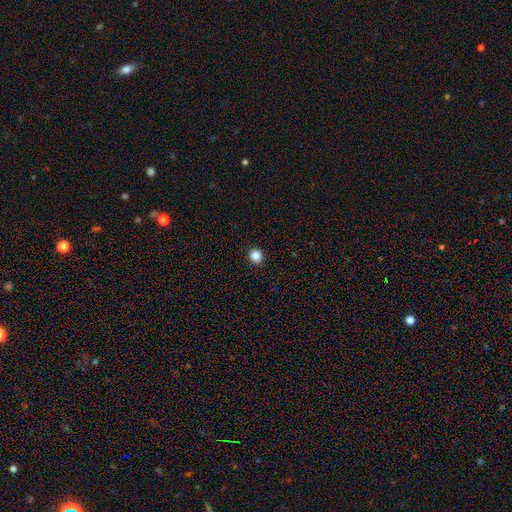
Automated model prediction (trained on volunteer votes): smooth_or_featured: smooth (p=0.86) [alt: star or artifact p=0.11]
how_rounded: round (p=0.92) [alt: in between p=0.08]
merging: none (p=0.93) [alt: minor disturbance p=0.04]